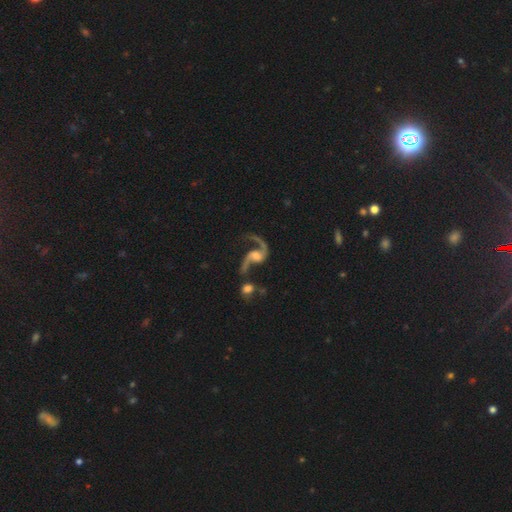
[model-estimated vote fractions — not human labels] Overall: featured or disk (89%). Edge-on disk: no (97%). Bar: no (51%; weak 37%). Spiral arms: yes (96%). Spiral arm count: 2 (88%). Spiral winding: loose (78%). Bulge size: moderate (45%; small 30%). Merging: none (45%; major disturbance 20%).